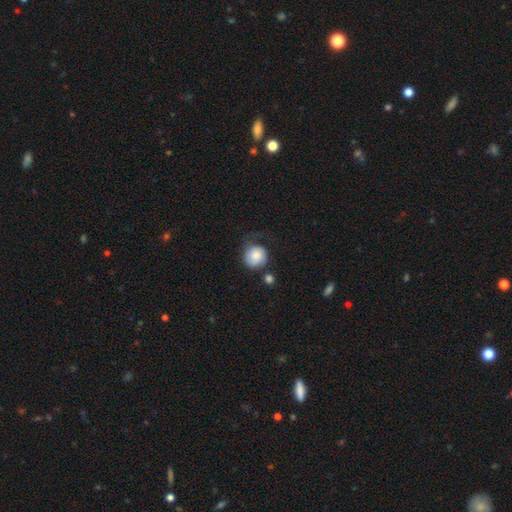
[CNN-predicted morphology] A smooth galaxy with no disk features (79%) that is round (89%). Merging: none (49%).